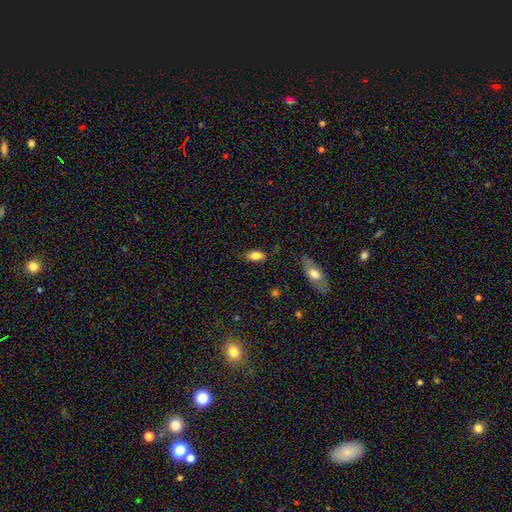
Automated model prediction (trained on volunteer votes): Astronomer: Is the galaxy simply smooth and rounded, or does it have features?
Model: smooth — 81%.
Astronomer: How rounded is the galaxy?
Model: in between — 88%.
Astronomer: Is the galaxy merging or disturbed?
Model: none — 80%.